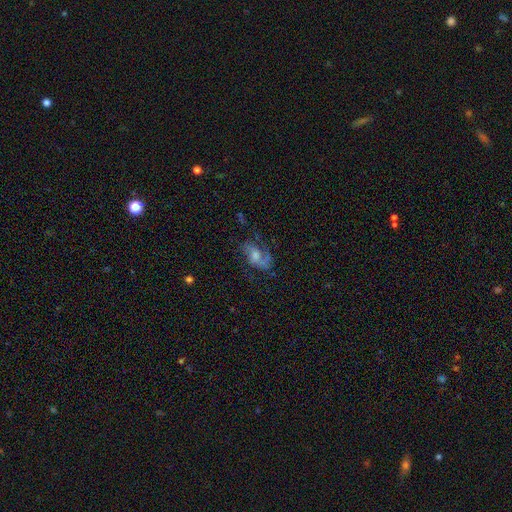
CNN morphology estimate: type=featured or disk (64%); edge-on=no (96%); bar=no (62%); spiral arms=yes (82%); winding=loose (42%, tied with medium); arm count=2 (52%); bulge=moderate (50%); merging=none (46%).